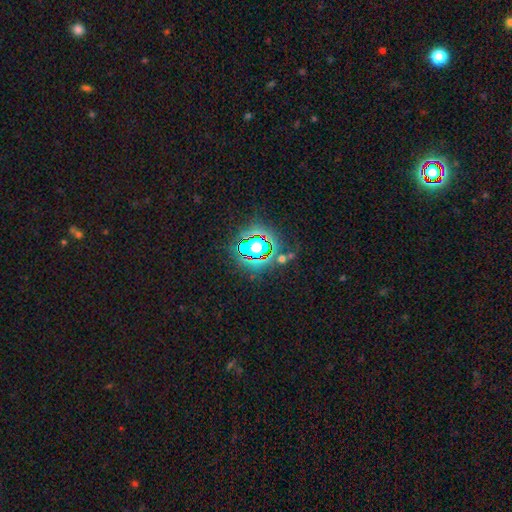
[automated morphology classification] A star or artifact, not a galaxy (79%).

Vote fractions:
- Smooth or featured? star or artifact: 79% / smooth: 13% / featured or disk: 9%